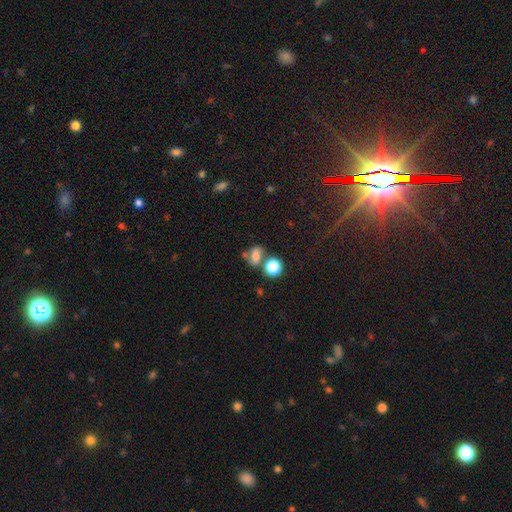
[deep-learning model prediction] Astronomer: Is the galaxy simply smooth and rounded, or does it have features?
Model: smooth — 68%.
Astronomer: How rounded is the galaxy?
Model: in between — 58% (runner-up: round, 39%).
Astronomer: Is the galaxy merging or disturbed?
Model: none — 44% (runner-up: merger, 31%).